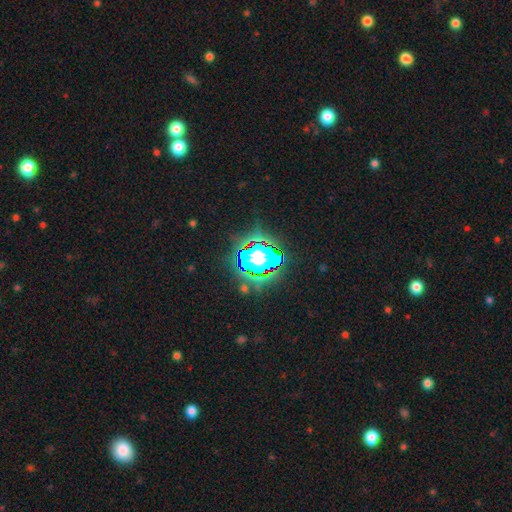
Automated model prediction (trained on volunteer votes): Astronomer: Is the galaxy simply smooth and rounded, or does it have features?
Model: star or artifact — 72%.